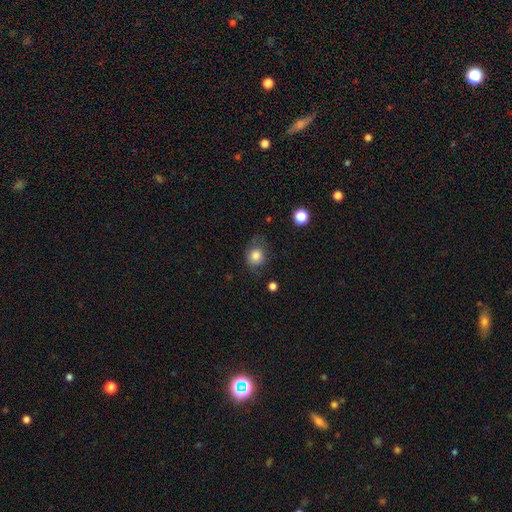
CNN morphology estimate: This appears to be a smooth galaxy with no disk features (80%) that is round (68%). Merging: none (60%).